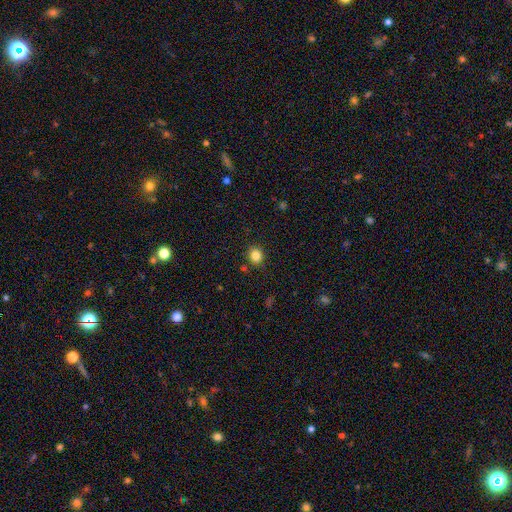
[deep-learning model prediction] Smooth or featured? smooth (83%)
How rounded? round (81%)
Merging? none (86%)